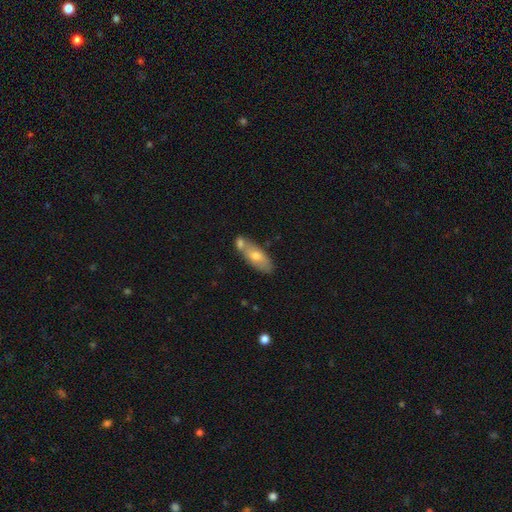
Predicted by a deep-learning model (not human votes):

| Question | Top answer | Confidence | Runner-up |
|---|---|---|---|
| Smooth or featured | smooth | 67% | featured or disk (27%) |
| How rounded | in between | 72% | cigar-shaped (25%) |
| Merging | none | 48% | merger (34%) |